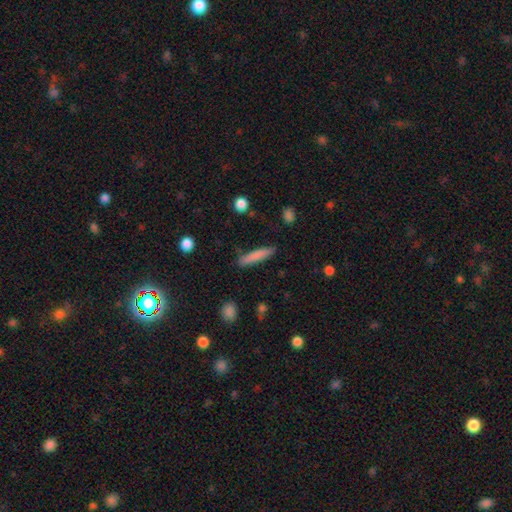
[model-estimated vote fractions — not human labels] Q: Smooth or featured?
A: smooth (78%); runner-up: featured or disk (15%)
Q: How rounded?
A: cigar-shaped (90%); runner-up: in between (9%)
Q: Merging?
A: none (86%); runner-up: minor disturbance (10%)